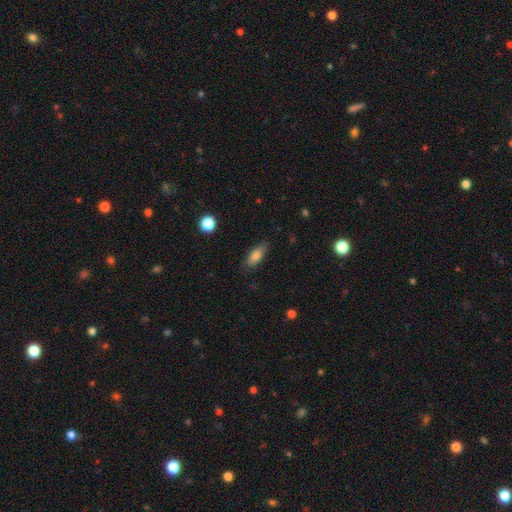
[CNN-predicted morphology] type=smooth (78%); roundness=in between (75%); merging=none (80%).